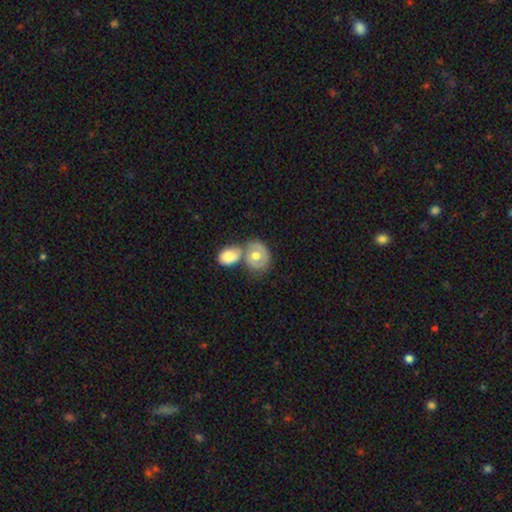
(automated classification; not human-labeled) The model was most divided on "how rounded": round: 53%, in between: 45%, cigar-shaped: 1%. Remaining: smooth or featured — smooth (56%); merging — merger (47%).